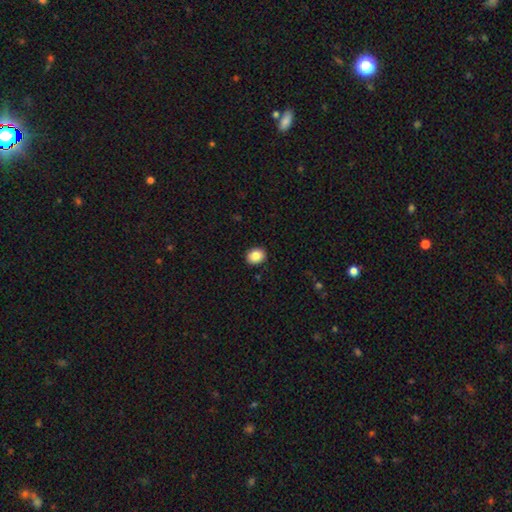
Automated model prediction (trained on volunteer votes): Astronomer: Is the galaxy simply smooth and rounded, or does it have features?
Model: smooth — 86%.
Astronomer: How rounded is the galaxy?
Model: round — 58% (runner-up: in between, 42%).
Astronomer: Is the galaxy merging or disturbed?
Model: none — 91%.